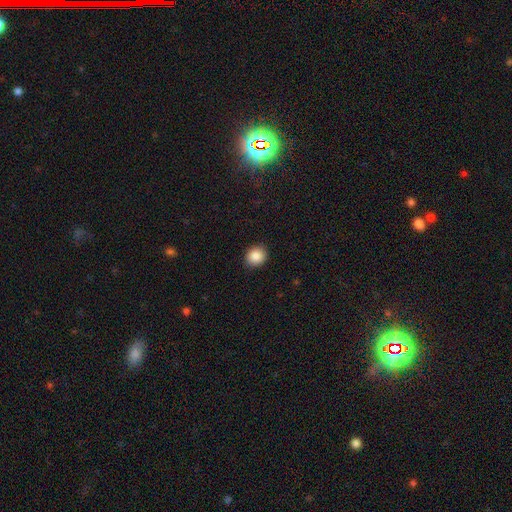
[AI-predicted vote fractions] This is clearly a smooth galaxy (87%). How rounded: likely round (69%). Merging: clearly none (90%).